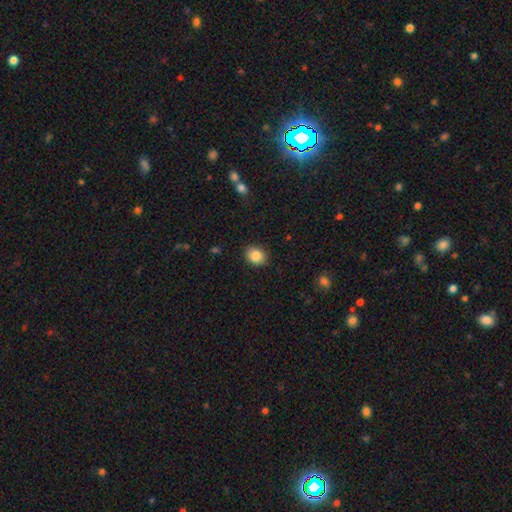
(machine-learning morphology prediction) Smooth or featured? Predicted: smooth (p=0.87). How rounded? Predicted: in between (p=0.50). Merging? Predicted: none (p=0.87).